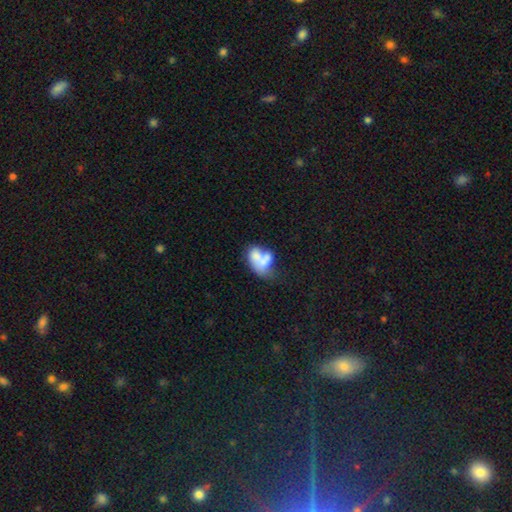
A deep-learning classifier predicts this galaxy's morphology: This is possibly a smooth galaxy (56%). How rounded: clearly in between (81%). Merging: likely merger (61%).